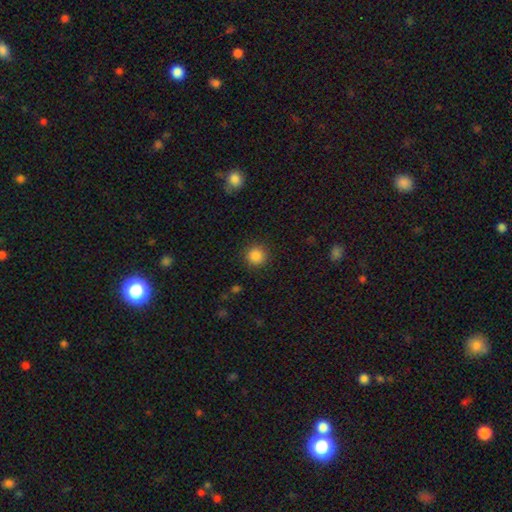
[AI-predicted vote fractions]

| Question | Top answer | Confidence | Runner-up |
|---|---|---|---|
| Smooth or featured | smooth | 86% | star or artifact (11%) |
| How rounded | round | 94% | in between (5%) |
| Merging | none | 90% | minor disturbance (6%) |